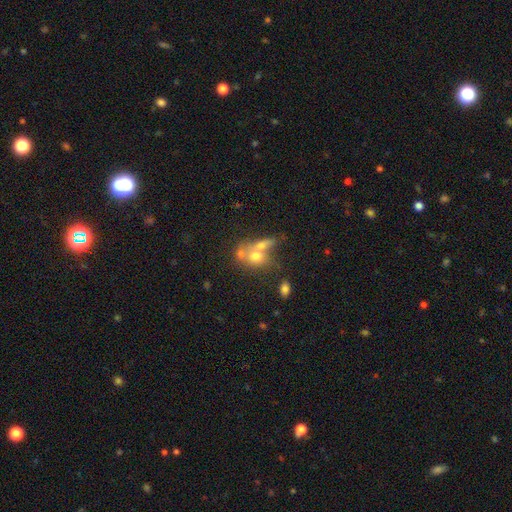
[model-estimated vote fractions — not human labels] Smooth or featured? smooth (62%)
How rounded? round (51%)
Merging? merger (61%)